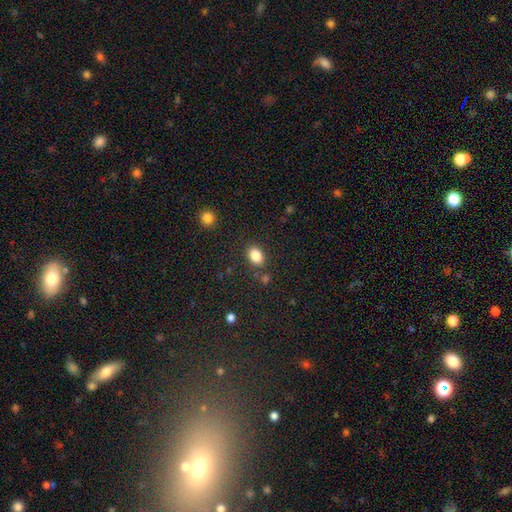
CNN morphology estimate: Smooth or featured? smooth (85%)
How rounded? in between (72%)
Merging? none (83%)